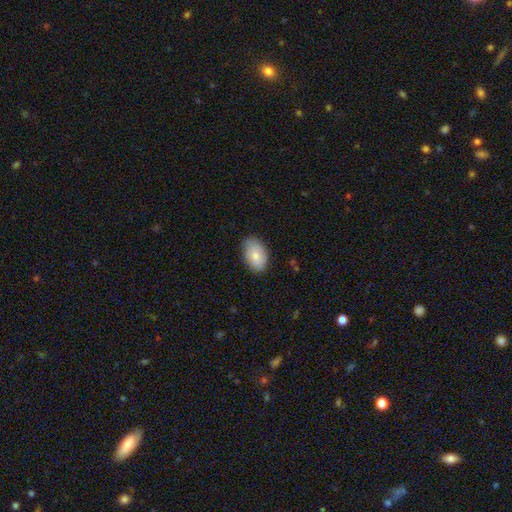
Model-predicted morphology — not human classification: Q: Smooth or featured?
A: smooth (81%); runner-up: featured or disk (13%)
Q: How rounded?
A: in between (90%); runner-up: round (9%)
Q: Merging?
A: none (81%); runner-up: minor disturbance (15%)